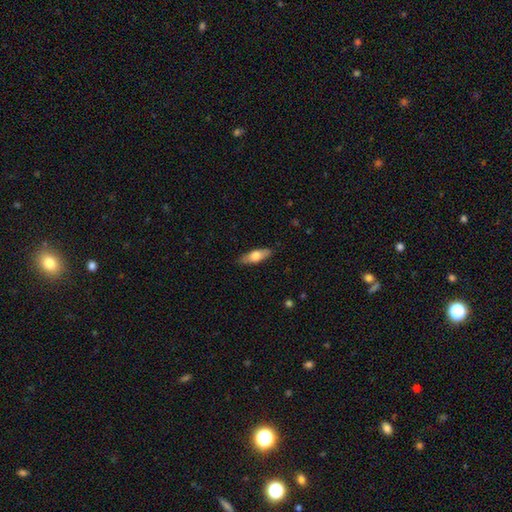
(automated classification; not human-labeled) A smooth galaxy with no disk features (64%) that is in between round and cigar-shaped (60%).

Vote fractions:
- Smooth or featured? smooth: 64% / featured or disk: 31% / star or artifact: 6%
- How rounded? in between: 60% / cigar-shaped: 38% / round: 3%
- Merging? none: 85% / minor disturbance: 12% / major disturbance: 2% / merger: 1%